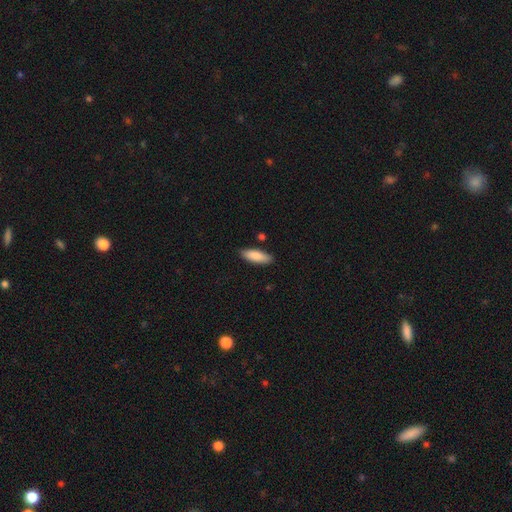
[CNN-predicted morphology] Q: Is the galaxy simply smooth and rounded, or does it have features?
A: smooth — 86%.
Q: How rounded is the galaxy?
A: in between — 58%.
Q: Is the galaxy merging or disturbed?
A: none — 85%.